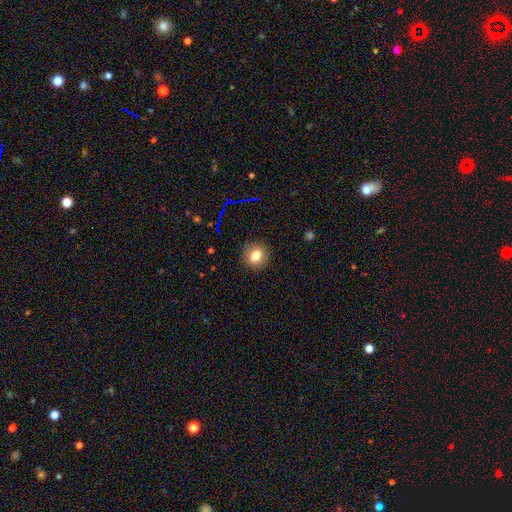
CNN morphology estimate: type=smooth (79%); roundness=round (84%); merging=none (89%).